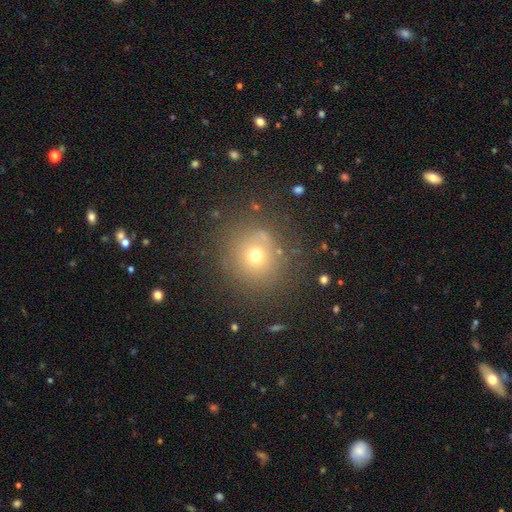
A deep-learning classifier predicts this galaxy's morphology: type=smooth (65%); roundness=round (88%); merging=none (79%).